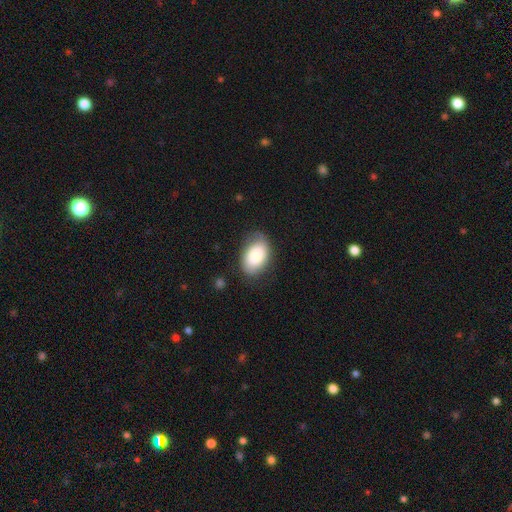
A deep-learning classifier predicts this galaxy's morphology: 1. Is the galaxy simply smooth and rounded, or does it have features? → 82% smooth, 12% featured or disk, 7% star or artifact.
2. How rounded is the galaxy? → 89% in between, 9% round, 1% cigar-shaped.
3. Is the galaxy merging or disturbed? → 75% none, 19% minor disturbance, 5% major disturbance, 1% merger.